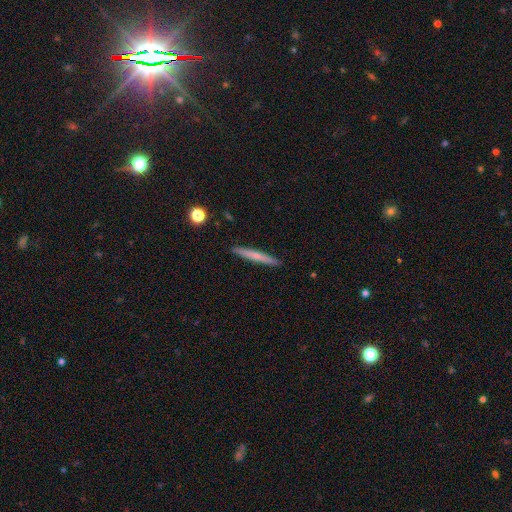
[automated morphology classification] Smooth or featured?
  - smooth: 60% *
  - featured or disk: 34%
  - star or artifact: 6%
How rounded?
  - cigar-shaped: 96% *
  - in between: 3%
  - round: 1%
Merging?
  - none: 91% *
  - minor disturbance: 6%
  - major disturbance: 1%
  - merger: 1%